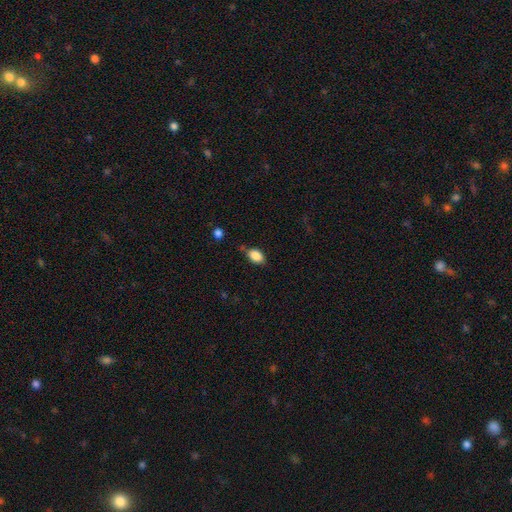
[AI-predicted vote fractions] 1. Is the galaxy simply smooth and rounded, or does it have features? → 87% smooth, 8% star or artifact, 5% featured or disk.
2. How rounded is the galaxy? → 90% in between, 8% round, 2% cigar-shaped.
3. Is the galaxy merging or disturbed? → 71% none, 20% minor disturbance, 5% merger, 4% major disturbance.